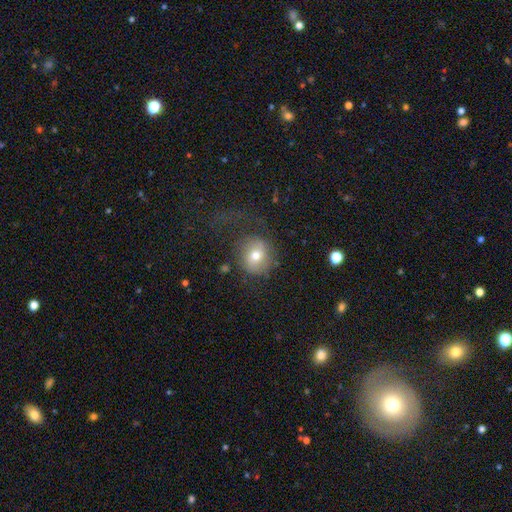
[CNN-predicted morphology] Q: Smooth or featured?
A: smooth (67%); runner-up: featured or disk (24%)
Q: How rounded?
A: round (82%); runner-up: in between (17%)
Q: Merging?
A: none (46%); runner-up: major disturbance (34%)